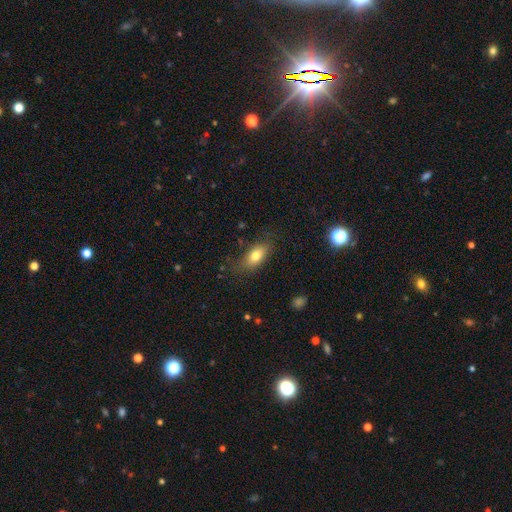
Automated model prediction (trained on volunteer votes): A smooth galaxy with no disk features (76%) that is in between round and cigar-shaped (84%). Merging: none (75%).